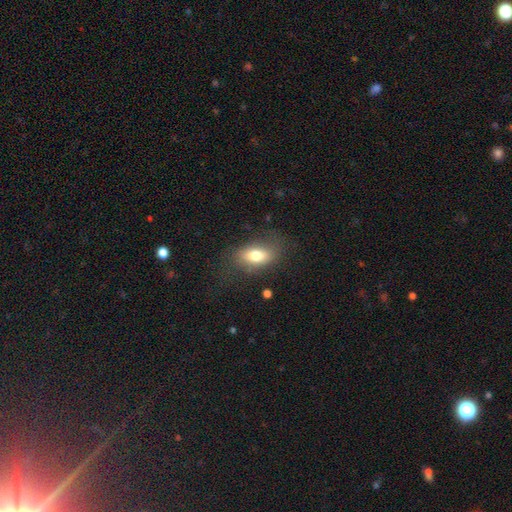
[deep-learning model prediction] Overall: smooth (74%). How rounded: in between (87%). Merging: none (68%).